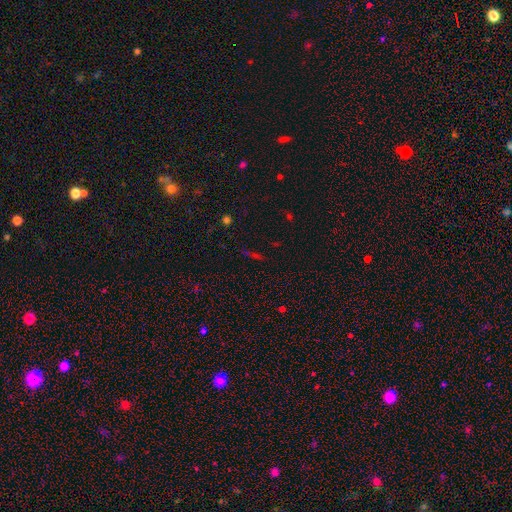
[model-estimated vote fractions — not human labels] Smooth or featured? Predicted: star or artifact (p=0.56).